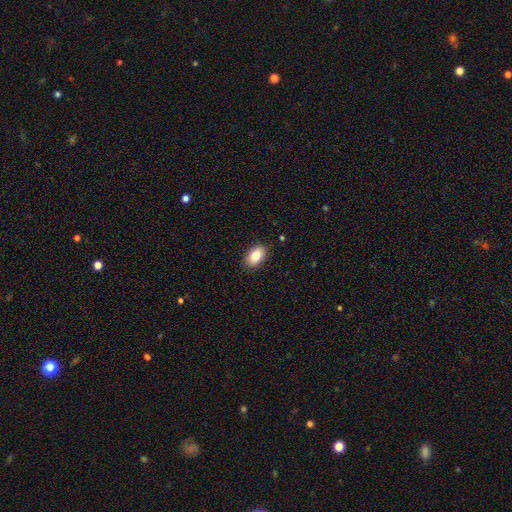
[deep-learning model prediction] Smooth or featured: smooth — 84% (featured or disk — 8%)
How rounded: in between — 89% (round — 9%)
Merging: none — 89% (minor disturbance — 8%)